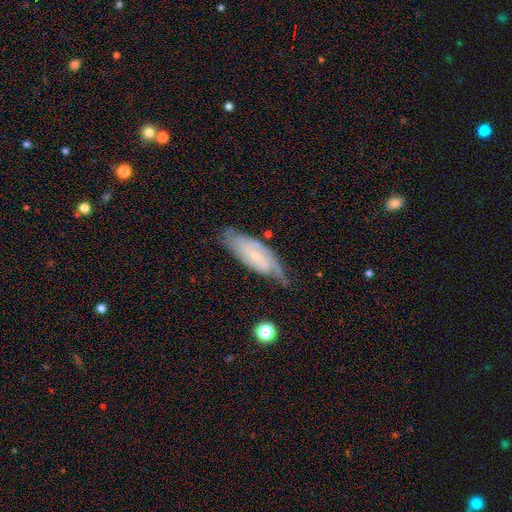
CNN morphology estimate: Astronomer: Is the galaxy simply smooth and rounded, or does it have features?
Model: featured or disk — 74%.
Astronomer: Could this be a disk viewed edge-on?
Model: no — 84%.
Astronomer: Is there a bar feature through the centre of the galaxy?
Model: no — 50% (runner-up: weak, 39%).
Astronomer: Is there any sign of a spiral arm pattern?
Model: yes — 90%.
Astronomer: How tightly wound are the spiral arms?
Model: tight — 48% (runner-up: medium, 38%).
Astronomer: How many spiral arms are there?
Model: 2 — 50% (runner-up: can't tell, 31%).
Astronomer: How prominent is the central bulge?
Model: small — 73%.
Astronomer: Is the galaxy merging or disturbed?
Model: none — 63%.